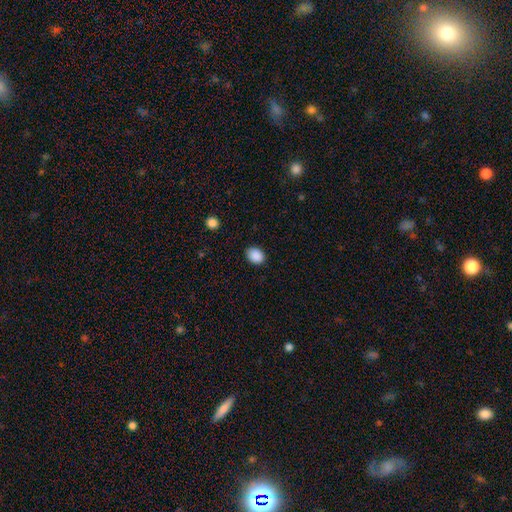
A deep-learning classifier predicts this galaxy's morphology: Q: Smooth or featured?
A: smooth (89%); runner-up: star or artifact (8%)
Q: How rounded?
A: in between (59%); runner-up: round (40%)
Q: Merging?
A: none (87%); runner-up: minor disturbance (9%)